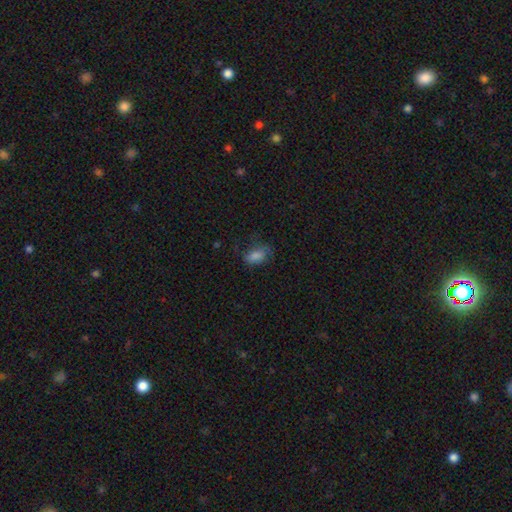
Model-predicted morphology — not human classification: Smooth or featured? Predicted: smooth (p=0.80). How rounded? Predicted: in between (p=0.88). Merging? Predicted: none (p=0.60).